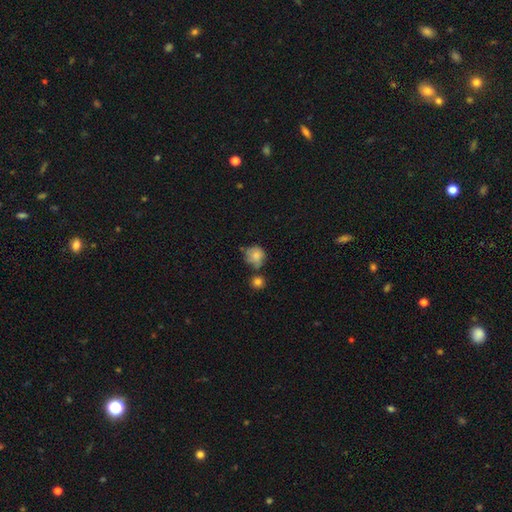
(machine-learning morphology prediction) The model was most divided on "merging": none: 52%, minor disturbance: 25%, merger: 16%, major disturbance: 8%. More confident: how rounded — round (80%); smooth or featured — smooth (78%).